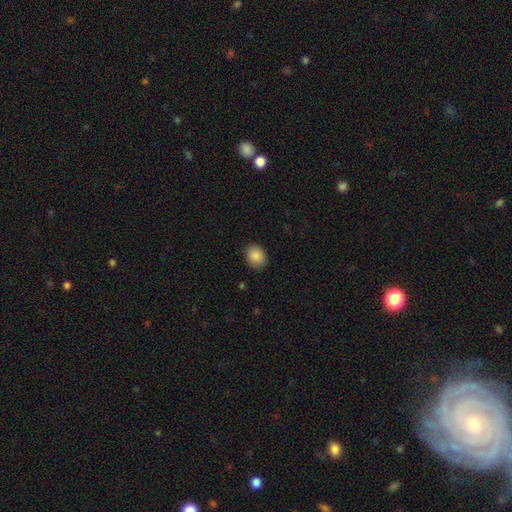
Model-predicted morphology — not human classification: type=smooth (88%); roundness=round (55%); merging=none (88%).